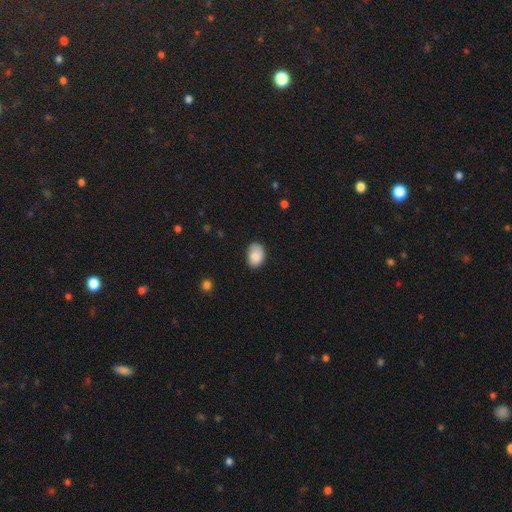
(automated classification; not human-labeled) A smooth galaxy with no disk features (87%) that is in between round and cigar-shaped (81%). Merging: none (77%).